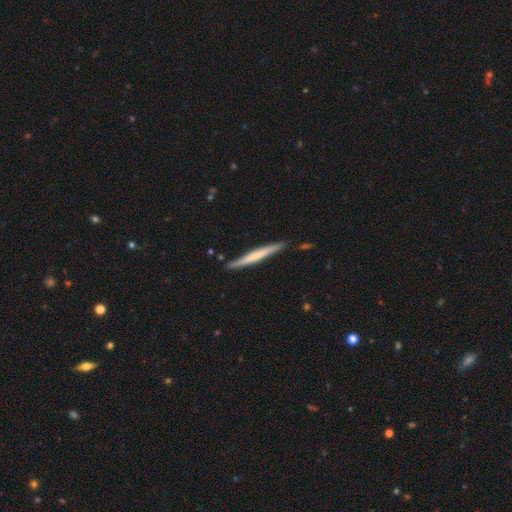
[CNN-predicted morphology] type=smooth (48%); merging=none (87%).